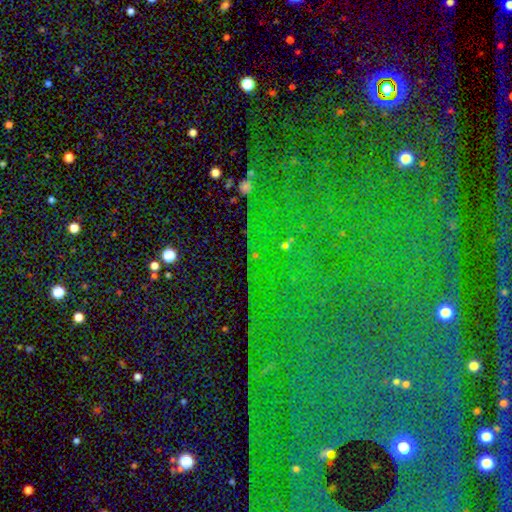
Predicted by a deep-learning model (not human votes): Smooth or featured? star or artifact (78%)